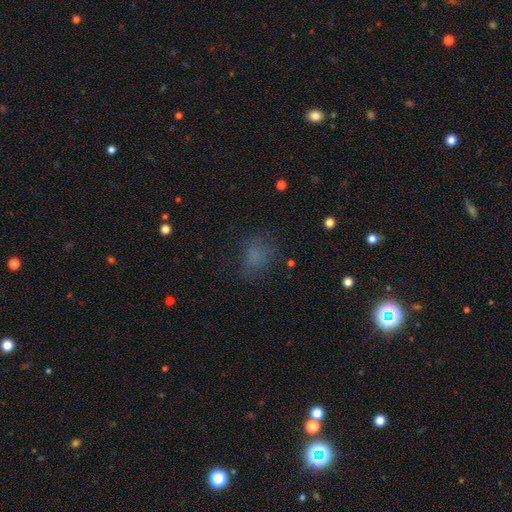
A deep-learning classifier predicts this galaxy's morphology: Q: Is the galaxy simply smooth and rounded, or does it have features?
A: smooth — 68%.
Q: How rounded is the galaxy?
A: round — 53%.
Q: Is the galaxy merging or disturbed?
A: none — 66%.